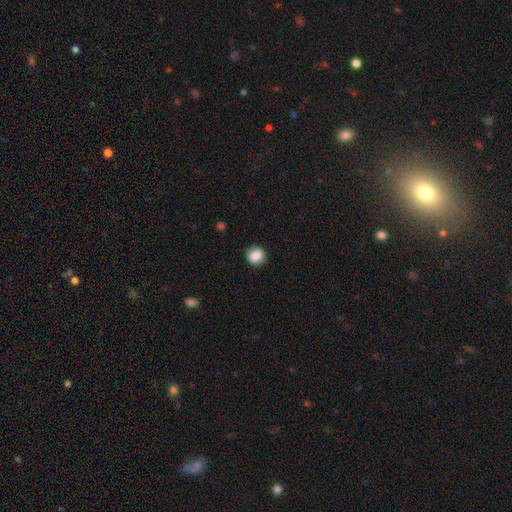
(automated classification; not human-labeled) Smooth or featured? smooth (86%)
How rounded? round (84%)
Merging? none (90%)